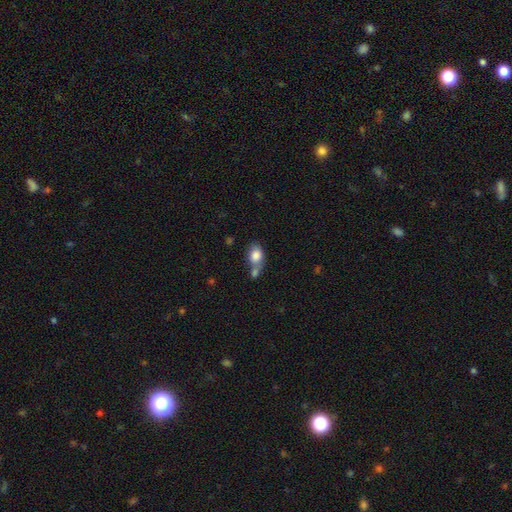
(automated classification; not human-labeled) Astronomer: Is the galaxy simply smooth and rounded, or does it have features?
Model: smooth — 82%.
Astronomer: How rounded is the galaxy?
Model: in between — 73%.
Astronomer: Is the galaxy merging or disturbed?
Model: merger — 47% (runner-up: none, 33%).